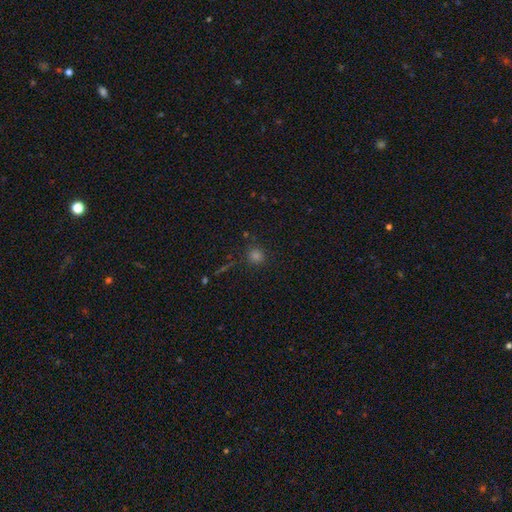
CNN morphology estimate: smooth_or_featured: smooth (p=0.68) [alt: star or artifact p=0.26]
how_rounded: round (p=0.92) [alt: in between p=0.07]
merging: none (p=0.85) [alt: minor disturbance p=0.08]